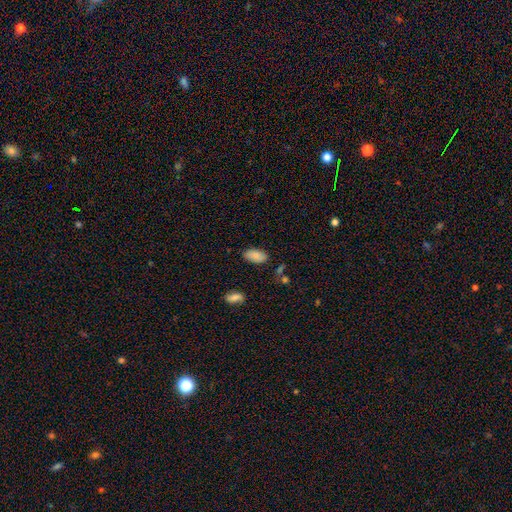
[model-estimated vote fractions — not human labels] Smooth or featured?
  - smooth: 87% *
  - star or artifact: 8%
  - featured or disk: 5%
How rounded?
  - in between: 94% *
  - cigar-shaped: 3%
  - round: 2%
Merging?
  - none: 83% *
  - minor disturbance: 12%
  - major disturbance: 3%
  - merger: 2%